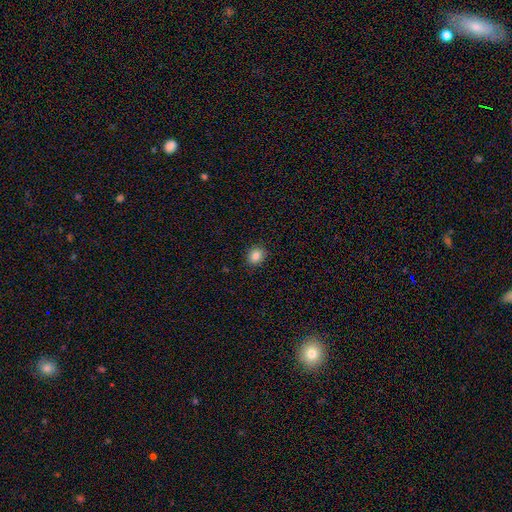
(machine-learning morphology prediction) This appears to be a smooth galaxy with no disk features (86%) that is round (67%). Merging: none (88%).